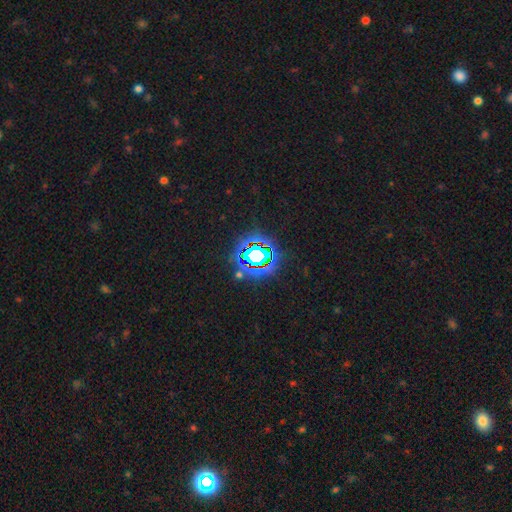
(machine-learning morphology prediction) Q: Smooth or featured?
A: star or artifact (72%); runner-up: smooth (15%)